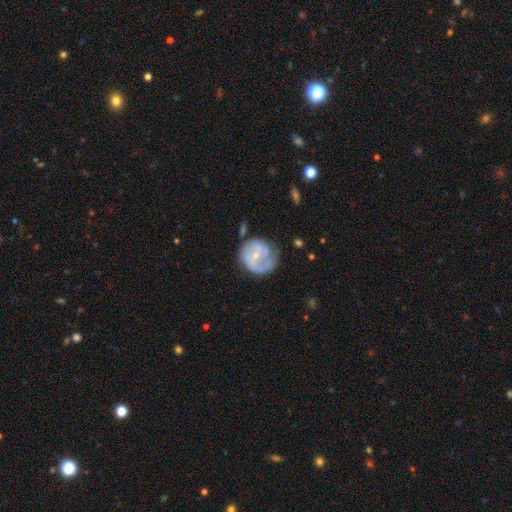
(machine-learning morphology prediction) Smooth or featured? Predicted: featured or disk (p=0.63). Edge-on disk? Predicted: no (p=0.98). Bar? Predicted: no (p=0.57). Spiral arms? Predicted: yes (p=0.73). Bulge size? Predicted: small (p=0.68). Merging? Predicted: none (p=0.52).